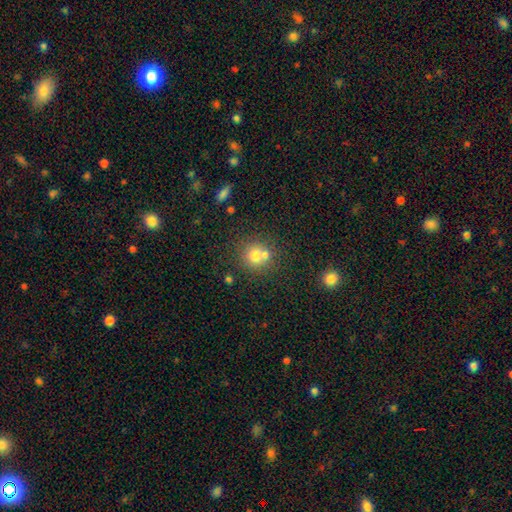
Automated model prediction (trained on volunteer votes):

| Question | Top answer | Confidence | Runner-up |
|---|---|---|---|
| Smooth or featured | smooth | 72% | featured or disk (14%) |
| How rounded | round | 88% | in between (11%) |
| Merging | none | 52% | merger (36%) |